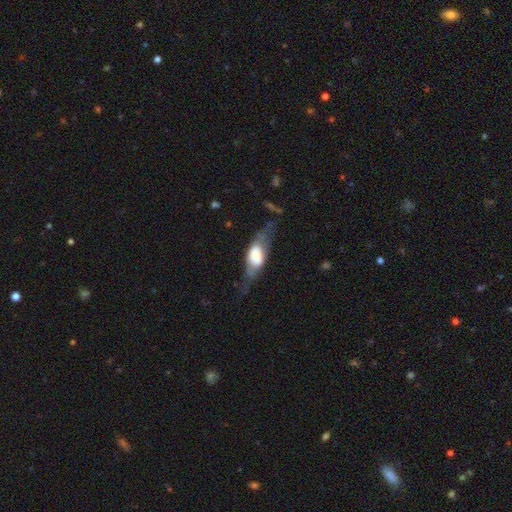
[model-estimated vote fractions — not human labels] Smooth or featured: featured or disk — 50% (smooth — 43%)
Edge-on disk: yes — 62% (no — 38%)
Merging: none — 51% (minor disturbance — 23%)